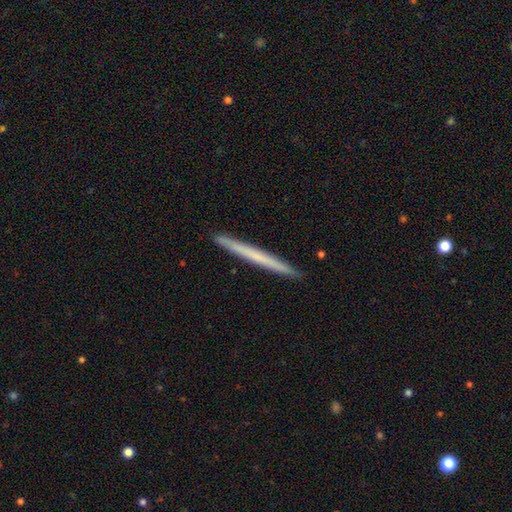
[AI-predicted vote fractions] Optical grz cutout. It shows a smooth galaxy with no disk features (53%) that is cigar-shaped (98%). Merging: none (93%).